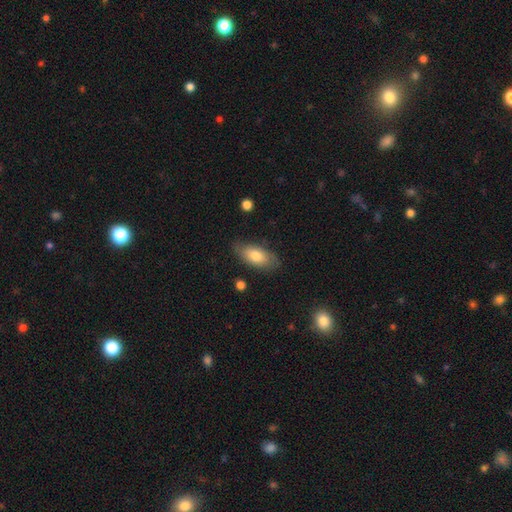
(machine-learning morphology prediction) A smooth galaxy with no disk features (74%) that is in between round and cigar-shaped (89%).

Vote fractions:
- Smooth or featured? smooth: 74% / featured or disk: 20% / star or artifact: 6%
- How rounded? in between: 89% / cigar-shaped: 8% / round: 3%
- Merging? none: 79% / minor disturbance: 16% / major disturbance: 3% / merger: 2%